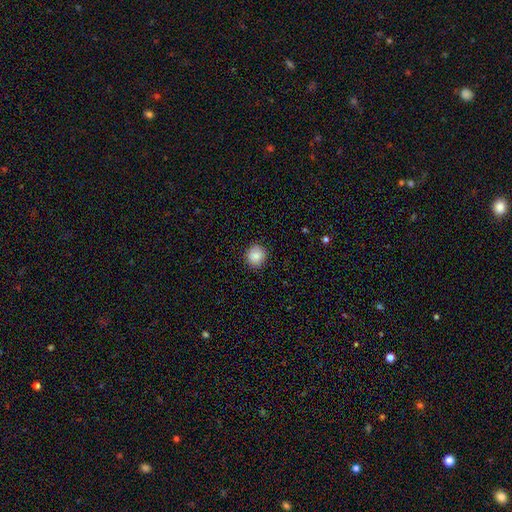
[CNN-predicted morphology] Q: Smooth or featured?
A: smooth (84%); runner-up: star or artifact (9%)
Q: How rounded?
A: round (86%); runner-up: in between (14%)
Q: Merging?
A: none (89%); runner-up: minor disturbance (8%)